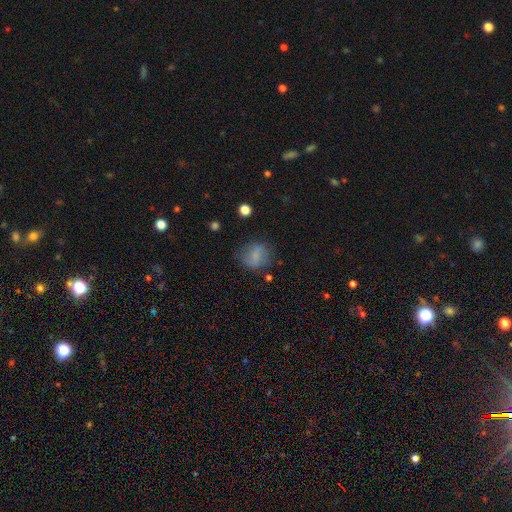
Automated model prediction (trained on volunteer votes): Smooth or featured?
  - smooth: 67% *
  - featured or disk: 22%
  - star or artifact: 11%
How rounded?
  - round: 59% *
  - in between: 39%
  - cigar-shaped: 2%
Merging?
  - none: 68% *
  - minor disturbance: 20%
  - major disturbance: 9%
  - merger: 3%